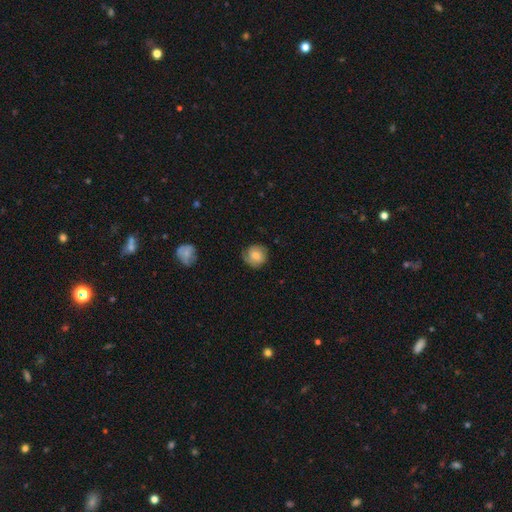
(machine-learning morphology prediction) Smooth or featured? Predicted: smooth (p=0.65). How rounded? Predicted: round (p=0.87). Merging? Predicted: none (p=0.73).